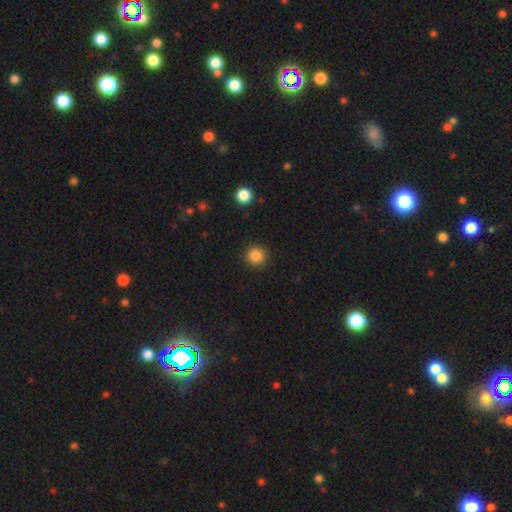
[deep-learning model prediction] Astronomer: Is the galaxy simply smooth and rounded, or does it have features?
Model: smooth — 85%.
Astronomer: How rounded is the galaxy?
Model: round — 94%.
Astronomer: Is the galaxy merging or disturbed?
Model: none — 92%.